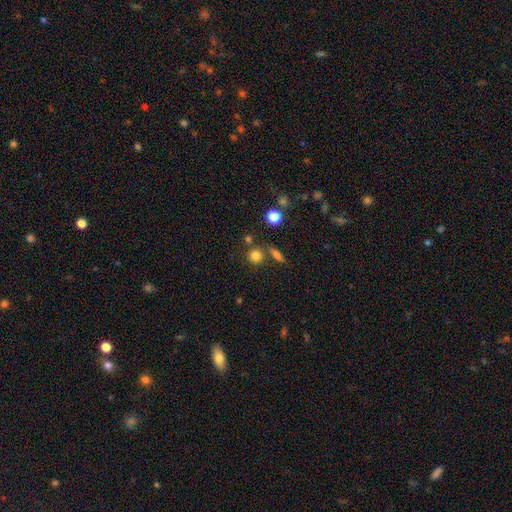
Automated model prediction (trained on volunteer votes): smooth-or-featured: smooth: 79% | star or artifact: 13% | featured or disk: 7%
  how-rounded: round: 89% | in between: 9% | cigar-shaped: 2%
  merging: none: 73% | merger: 14% | minor disturbance: 9% | major disturbance: 4%